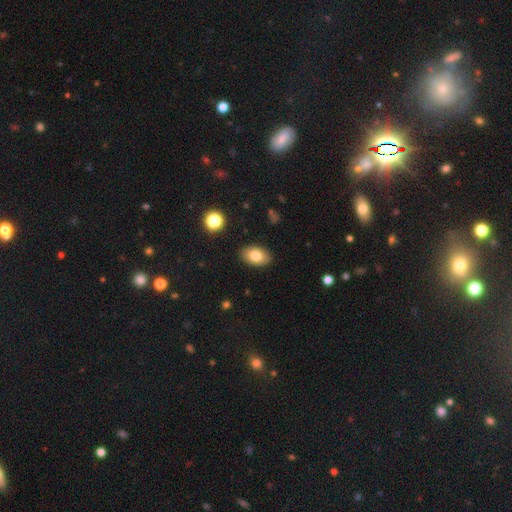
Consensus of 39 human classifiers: Smooth or featured: smooth — 87% (featured or disk — 8%)
How rounded: in between — 97% (round — 3%)
Merging: none — 95% (minor disturbance — 5%)